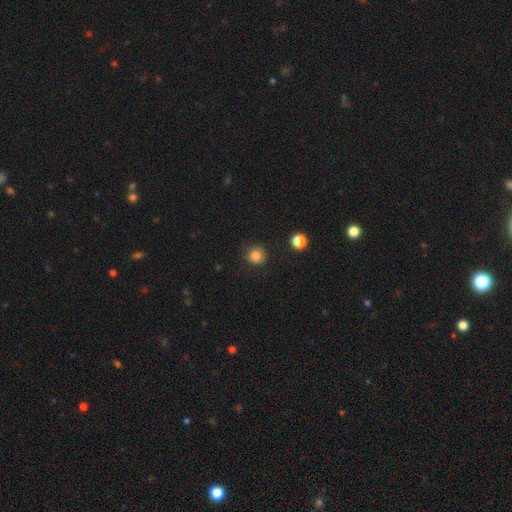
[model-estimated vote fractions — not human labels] smooth-or-featured: smooth: 84% | star or artifact: 12% | featured or disk: 5%
  how-rounded: round: 92% | in between: 7% | cigar-shaped: 1%
  merging: none: 86% | minor disturbance: 10% | major disturbance: 3% | merger: 2%